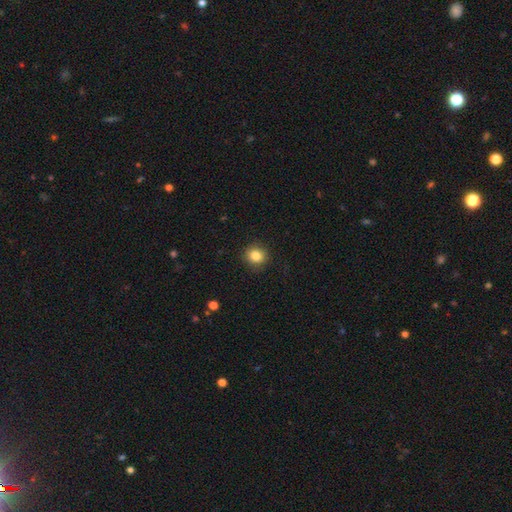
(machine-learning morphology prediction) A smooth galaxy with no disk features (84%) that is round (87%). Merging: none (90%).